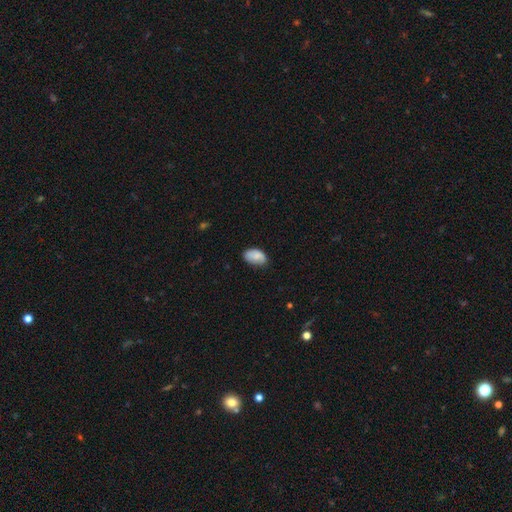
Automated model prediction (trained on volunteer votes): This is clearly a smooth galaxy (80%). How rounded: clearly in between (93%). Merging: likely none (72%).